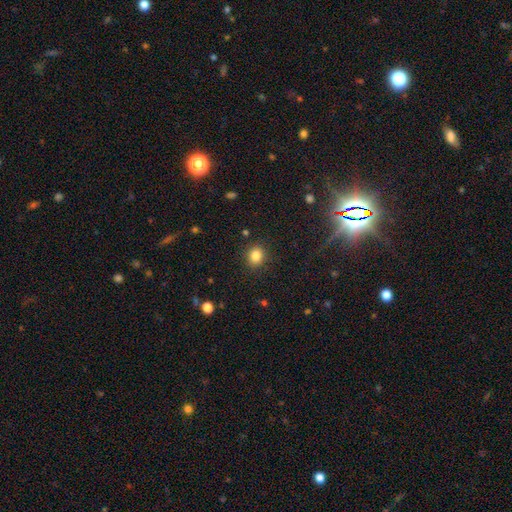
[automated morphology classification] smooth-or-featured: smooth: 83% | star or artifact: 11% | featured or disk: 5%
  how-rounded: round: 76% | in between: 23% | cigar-shaped: 1%
  merging: none: 89% | minor disturbance: 7% | major disturbance: 3% | merger: 1%